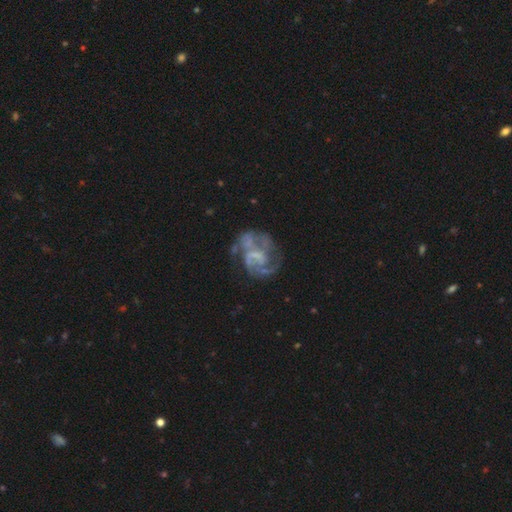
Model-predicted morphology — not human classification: Smooth or featured? featured or disk (79%)
Edge-on disk? no (98%)
Bar? no (46%)
Spiral arms? yes (78%)
Spiral winding? medium (47%)
Spiral arm count? 2 (41%)
Bulge size? none (54%)
Merging? none (44%)